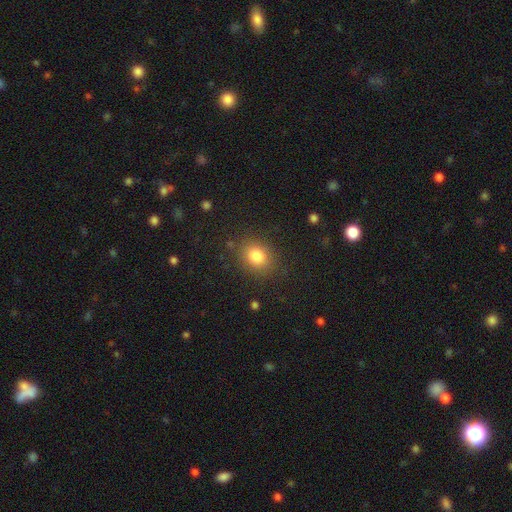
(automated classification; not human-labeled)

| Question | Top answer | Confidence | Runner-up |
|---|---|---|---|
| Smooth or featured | smooth | 81% | star or artifact (11%) |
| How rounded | round | 54% | in between (45%) |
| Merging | none | 85% | minor disturbance (10%) |